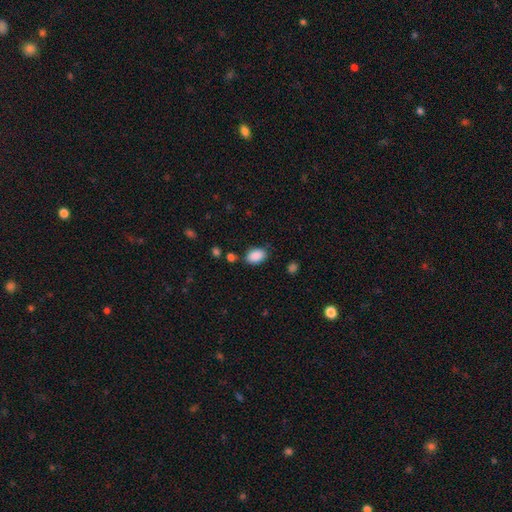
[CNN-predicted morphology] A smooth galaxy with no disk features (89%) that is in between round and cigar-shaped (86%). Merging: none (78%).